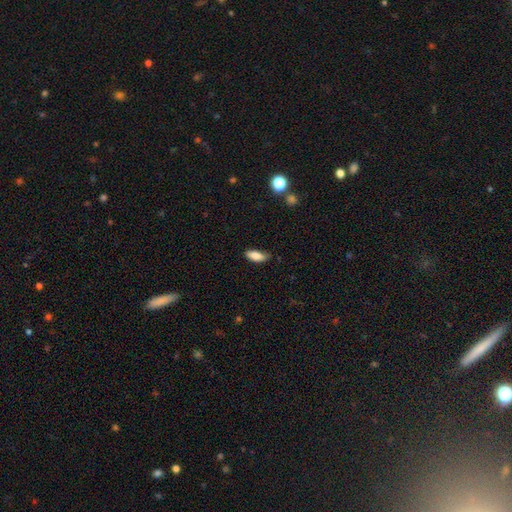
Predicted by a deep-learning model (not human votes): Q: Smooth or featured?
A: smooth (83%); runner-up: featured or disk (10%)
Q: How rounded?
A: in between (77%); runner-up: cigar-shaped (21%)
Q: Merging?
A: none (77%); runner-up: minor disturbance (18%)